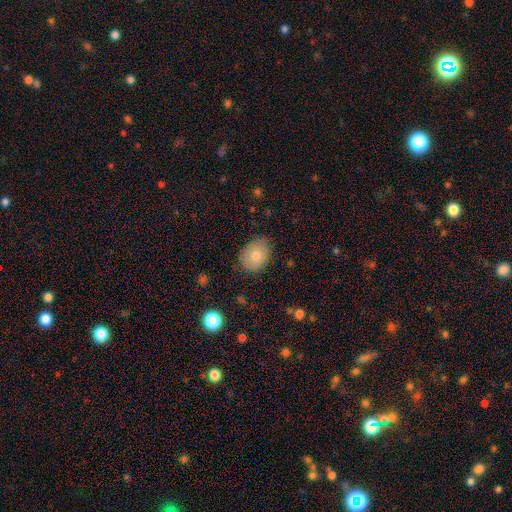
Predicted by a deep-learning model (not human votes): Smooth or featured? Predicted: smooth (p=0.77). How rounded? Predicted: in between (p=0.58). Merging? Predicted: none (p=0.78).